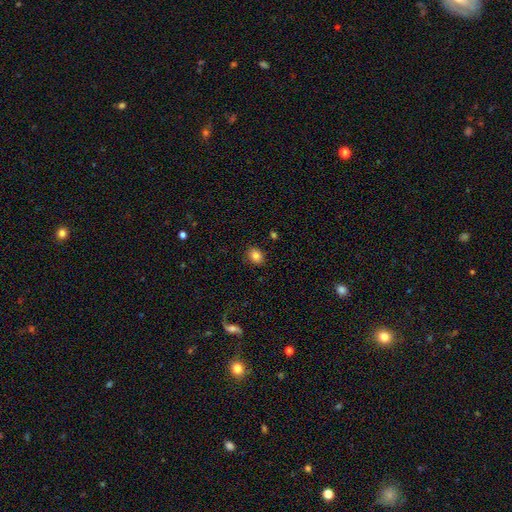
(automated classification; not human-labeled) Morphology: type=smooth (83%); roundness=in between (56%); merging=none (86%).